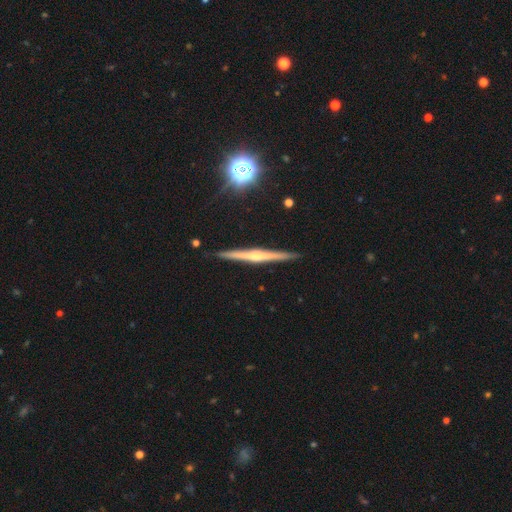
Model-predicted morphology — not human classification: Smooth or featured: featured or disk — 77% (smooth — 16%)
Edge-on disk: yes — 98% (no — 2%)
Edge-on bulge: rounded — 71% (none — 21%)
Merging: none — 91% (minor disturbance — 6%)